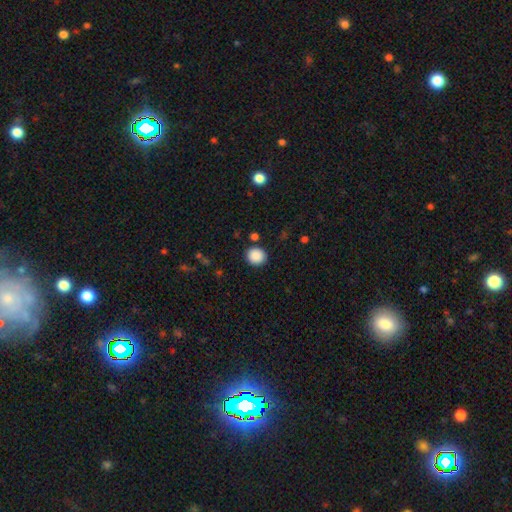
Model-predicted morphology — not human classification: A smooth galaxy with no disk features (88%) that is round (82%).

Vote fractions:
- Smooth or featured? smooth: 88% / star or artifact: 8% / featured or disk: 3%
- How rounded? round: 82% / in between: 17% / cigar-shaped: 1%
- Merging? none: 88% / minor disturbance: 7% / major disturbance: 2% / merger: 2%